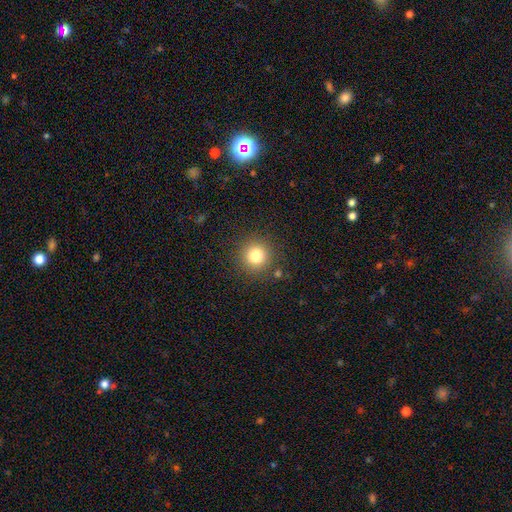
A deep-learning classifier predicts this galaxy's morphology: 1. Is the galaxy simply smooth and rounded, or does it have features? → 80% smooth, 13% star or artifact, 7% featured or disk.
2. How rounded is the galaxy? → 95% round, 4% in between, 1% cigar-shaped.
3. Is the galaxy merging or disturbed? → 88% none, 7% minor disturbance, 3% major disturbance, 2% merger.